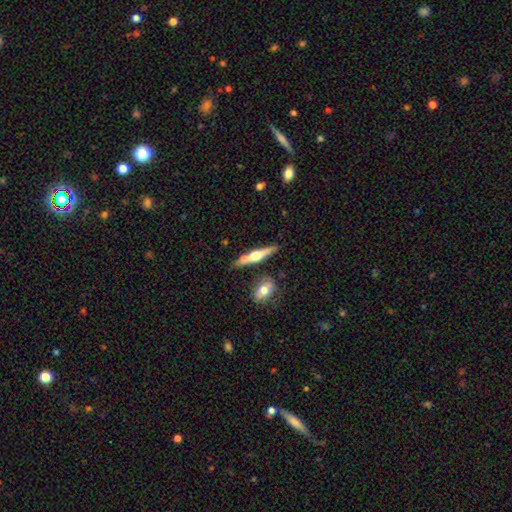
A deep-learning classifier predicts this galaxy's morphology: Smooth or featured: featured or disk — 59% (smooth — 36%)
Edge-on disk: yes — 95% (no — 5%)
Edge-on bulge: rounded — 92% (boxy — 4%)
Merging: none — 71% (minor disturbance — 13%)